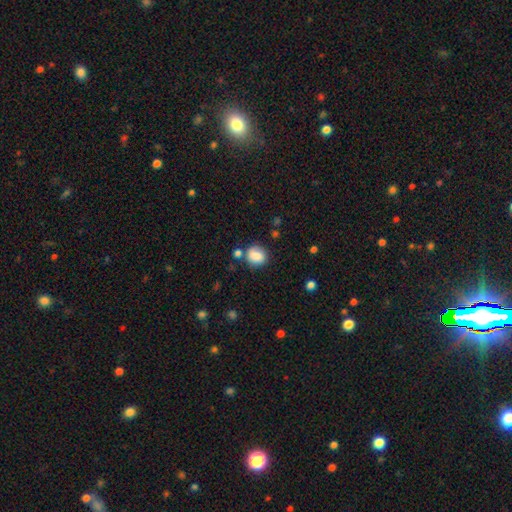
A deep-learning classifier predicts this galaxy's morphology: Smooth or featured: smooth — 82% (star or artifact — 9%)
How rounded: round — 69% (in between — 29%)
Merging: none — 67% (minor disturbance — 17%)